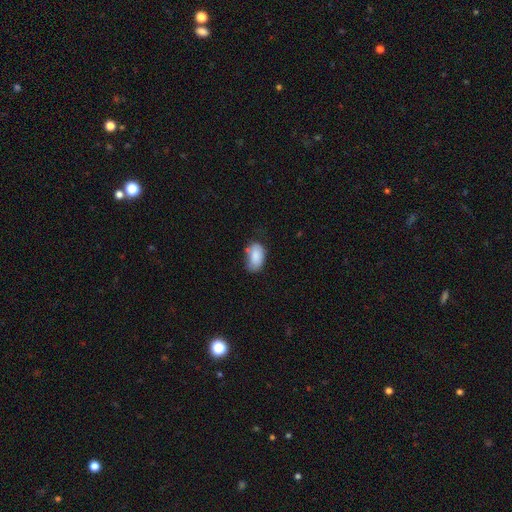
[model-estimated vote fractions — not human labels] Smooth or featured? Predicted: smooth (p=0.85). How rounded? Predicted: in between (p=0.92). Merging? Predicted: none (p=0.56).